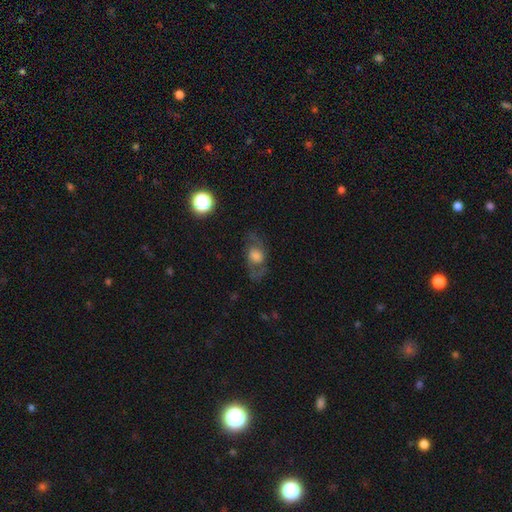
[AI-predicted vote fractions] smooth_or_featured: featured or disk (p=0.52) [alt: smooth p=0.39]
disk_edge_on: no (p=0.87) [alt: yes p=0.13]
merging: none (p=0.65) [alt: minor disturbance p=0.17]